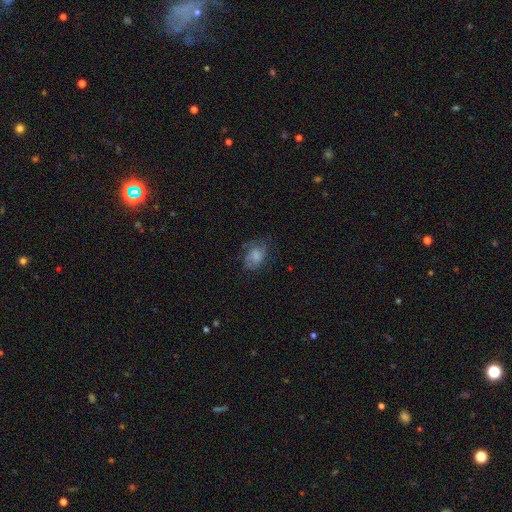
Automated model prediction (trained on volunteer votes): Q: Smooth or featured?
A: smooth (55%); runner-up: featured or disk (36%)
Q: How rounded?
A: in between (76%); runner-up: round (22%)
Q: Merging?
A: none (52%); runner-up: minor disturbance (27%)